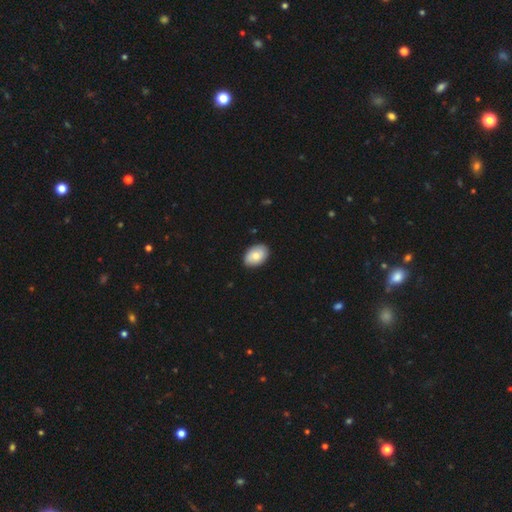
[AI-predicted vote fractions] Smooth or featured? smooth (81%)
How rounded? in between (89%)
Merging? none (88%)